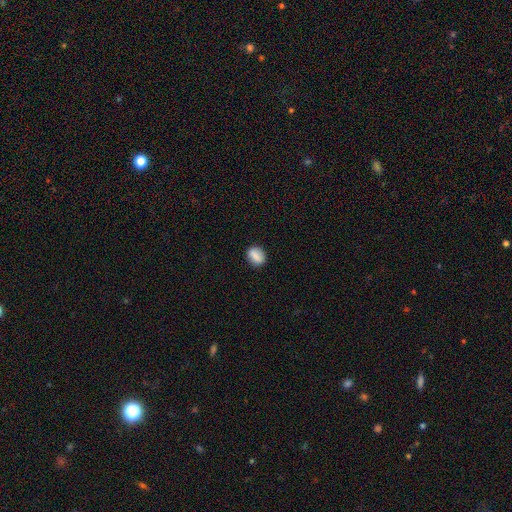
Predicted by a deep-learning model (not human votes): The model was most divided on "how rounded": in between: 60%, round: 36%, cigar-shaped: 3%. More confident: merging — none (88%); smooth or featured — smooth (82%).